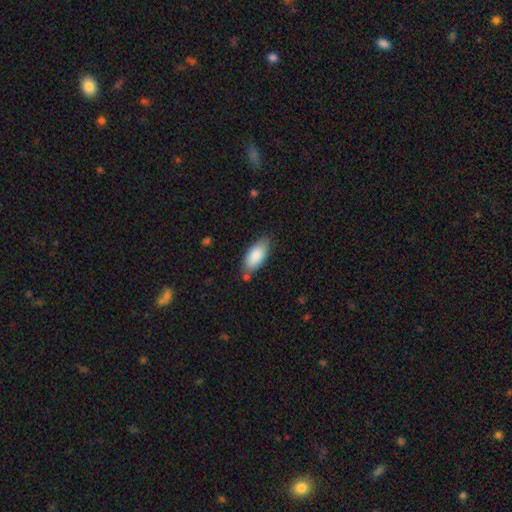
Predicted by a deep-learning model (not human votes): This appears to be a smooth galaxy with no disk features (87%) that is in between round and cigar-shaped (91%). Merging: none (75%).